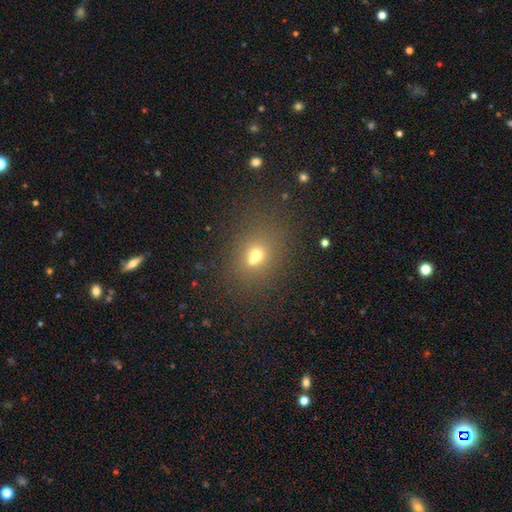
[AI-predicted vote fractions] smooth-or-featured: smooth: 60% | star or artifact: 21% | featured or disk: 19%
  how-rounded: round: 62% | in between: 37% | cigar-shaped: 1%
  merging: none: 48% | merger: 39% | minor disturbance: 9% | major disturbance: 4%